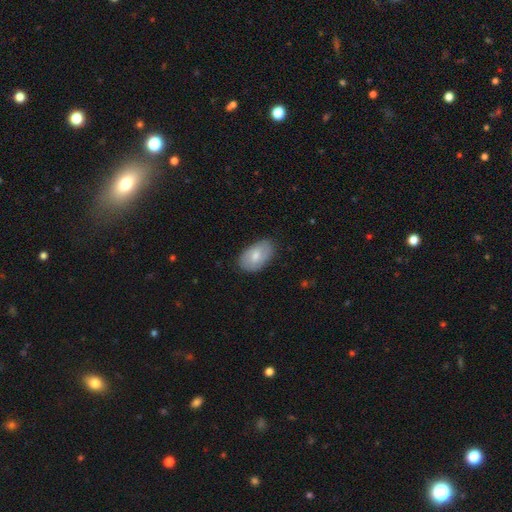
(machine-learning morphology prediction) Smooth or featured? Predicted: smooth (p=0.72). How rounded? Predicted: in between (p=0.93). Merging? Predicted: none (p=0.78).